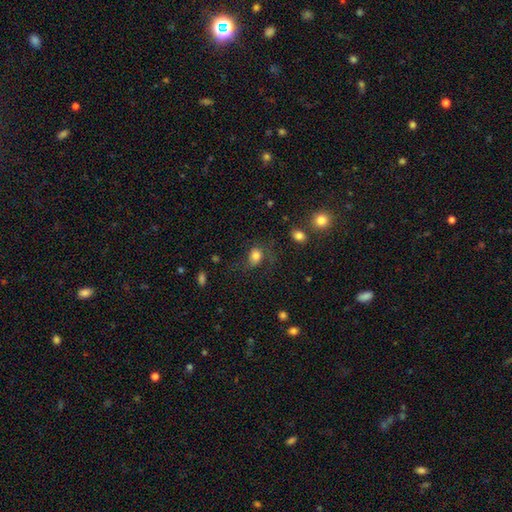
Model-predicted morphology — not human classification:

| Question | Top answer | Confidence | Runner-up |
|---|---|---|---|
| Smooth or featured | smooth | 78% | featured or disk (11%) |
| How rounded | in between | 61% | round (37%) |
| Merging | none | 47% | major disturbance (26%) |